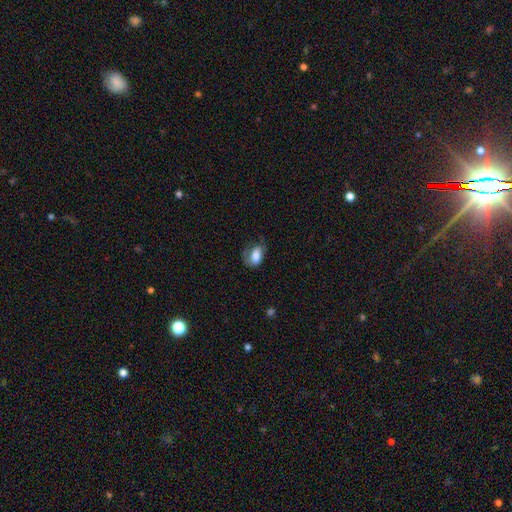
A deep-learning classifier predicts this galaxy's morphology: Smooth or featured: smooth — 73% (featured or disk — 19%)
How rounded: in between — 86% (round — 12%)
Merging: none — 43% (minor disturbance — 31%)